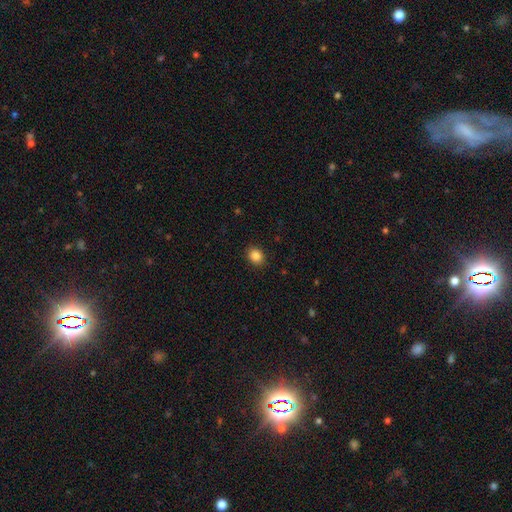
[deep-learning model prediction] A smooth galaxy with no disk features (86%) that is round (57%). Merging: none (90%).